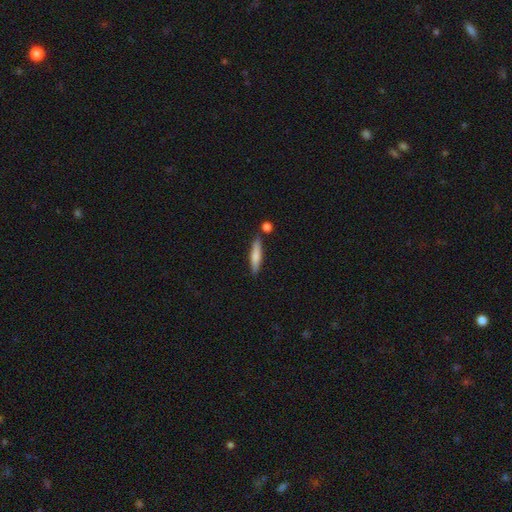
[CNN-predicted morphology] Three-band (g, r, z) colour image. It shows a smooth galaxy with no disk features (68%) that is cigar-shaped (87%). Merging: none (82%).